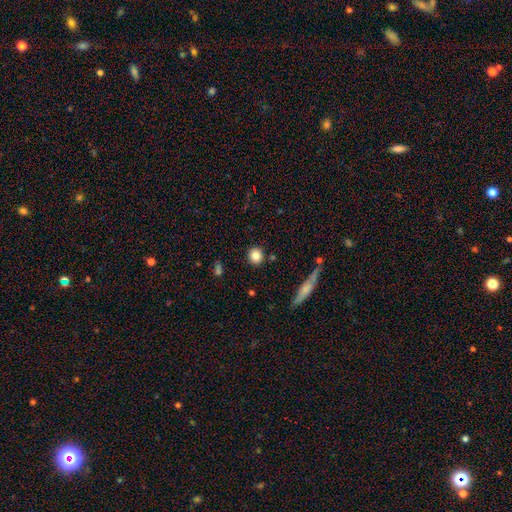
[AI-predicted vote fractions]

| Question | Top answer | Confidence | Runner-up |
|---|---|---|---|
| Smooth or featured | smooth | 83% | star or artifact (9%) |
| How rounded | round | 88% | in between (10%) |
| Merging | none | 88% | minor disturbance (7%) |